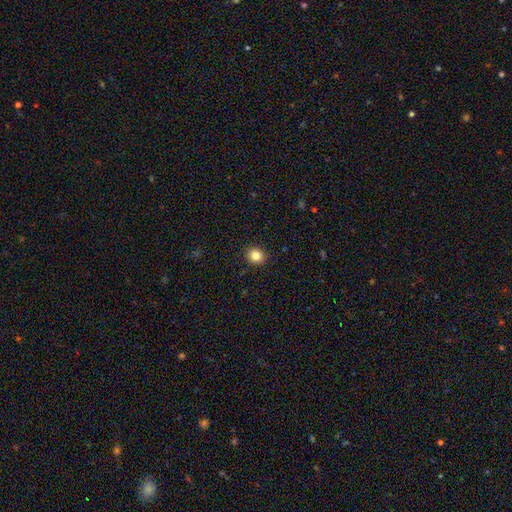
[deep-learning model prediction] A smooth galaxy with no disk features (84%) that is round (83%).

Vote fractions:
- Smooth or featured? smooth: 84% / star or artifact: 11% / featured or disk: 5%
- How rounded? round: 83% / in between: 16% / cigar-shaped: 1%
- Merging? none: 92% / minor disturbance: 6% / major disturbance: 2% / merger: 1%